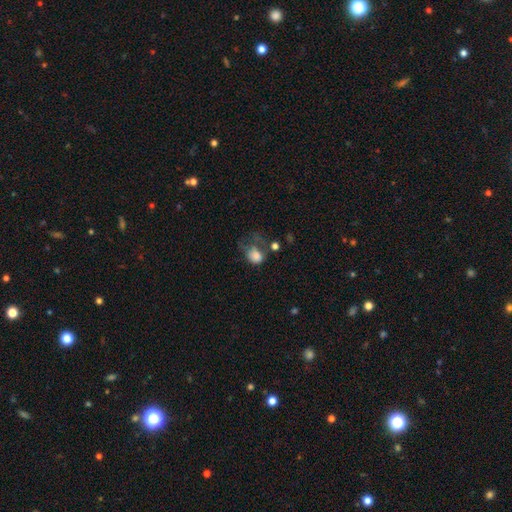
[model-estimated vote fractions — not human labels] Smooth or featured?
  - smooth: 69% *
  - featured or disk: 20%
  - star or artifact: 10%
How rounded?
  - in between: 56% *
  - round: 43%
  - cigar-shaped: 1%
Merging?
  - major disturbance: 52% *
  - minor disturbance: 19%
  - none: 19%
  - merger: 10%